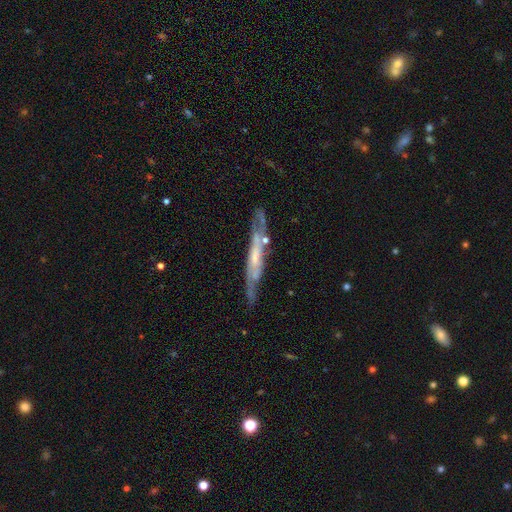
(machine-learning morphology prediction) Smooth or featured? Predicted: featured or disk (p=0.72). Edge-on disk? Predicted: yes (p=0.67). Merging? Predicted: none (p=0.68).